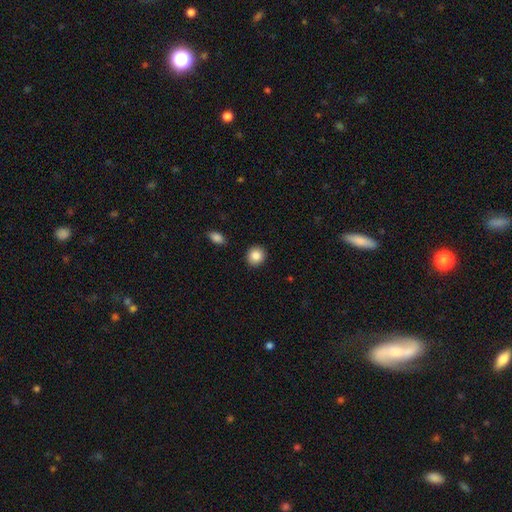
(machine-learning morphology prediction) Smooth or featured: smooth — 87% (star or artifact — 8%)
How rounded: round — 86% (in between — 13%)
Merging: none — 91% (minor disturbance — 6%)